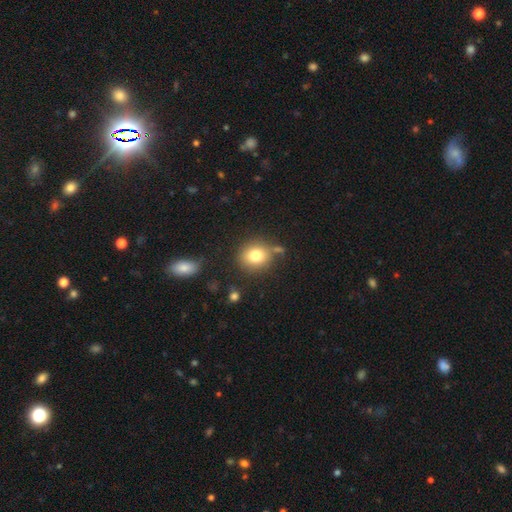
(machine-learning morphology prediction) This is likely a smooth galaxy (79%). How rounded: likely round (77%). Merging: likely none (76%).